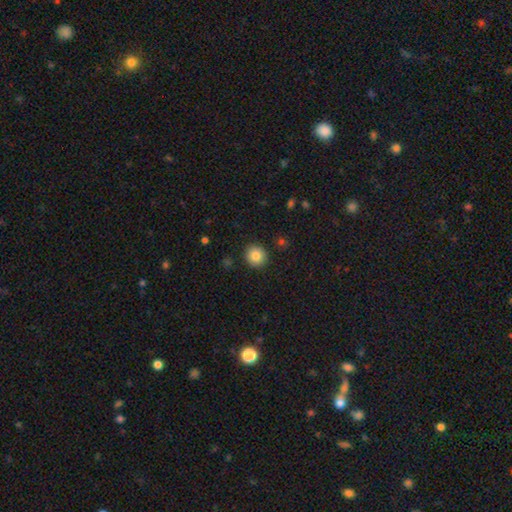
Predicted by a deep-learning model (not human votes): Overall: smooth (85%). How rounded: round (89%). Merging: none (90%).